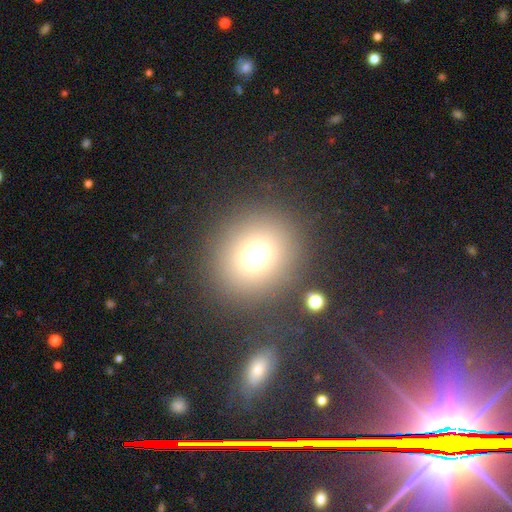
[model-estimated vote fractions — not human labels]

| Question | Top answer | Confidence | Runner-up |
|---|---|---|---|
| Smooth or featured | smooth | 73% | star or artifact (17%) |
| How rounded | round | 85% | in between (14%) |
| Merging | none | 81% | minor disturbance (8%) |